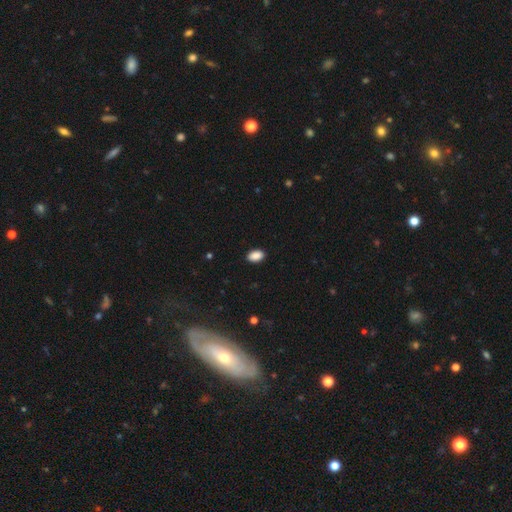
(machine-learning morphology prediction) Smooth or featured? smooth (89%)
How rounded? in between (91%)
Merging? none (89%)